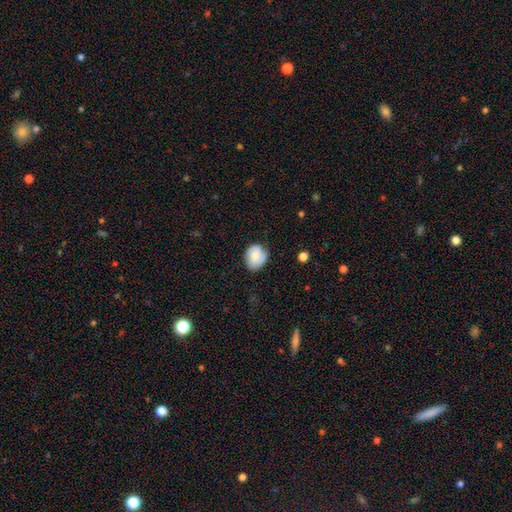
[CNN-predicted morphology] type=smooth (69%); roundness=round (57%); merging=none (65%).